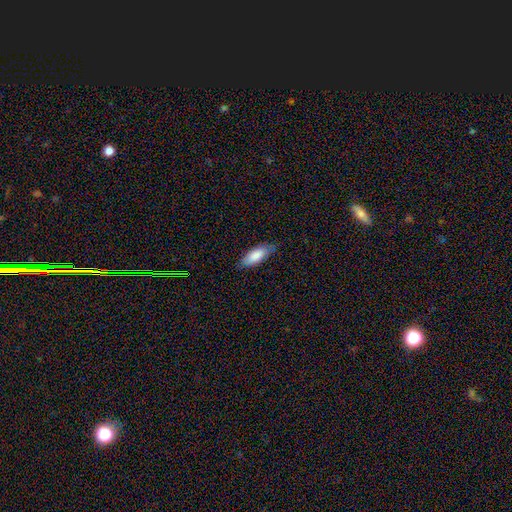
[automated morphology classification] Overall: smooth (84%). How rounded: in between (73%). Merging: none (78%).